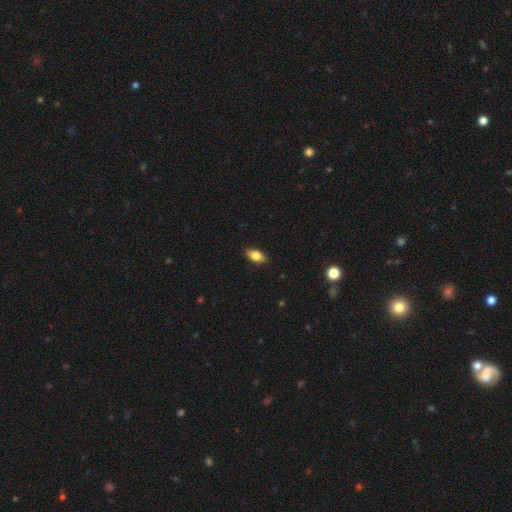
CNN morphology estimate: Overall: smooth (78%). How rounded: in between (87%). Merging: none (87%).